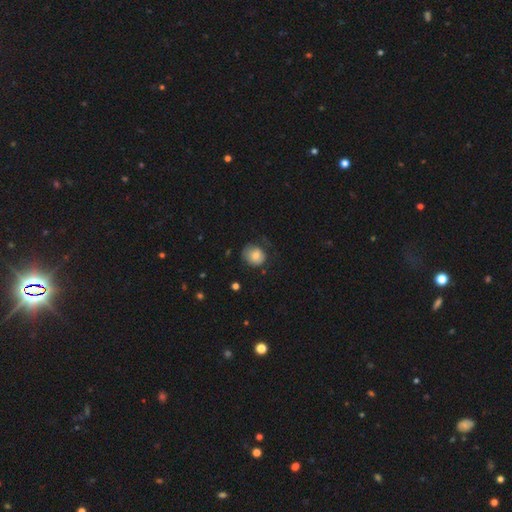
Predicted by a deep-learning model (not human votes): Overall: smooth (78%). How rounded: round (76%). Merging: none (55%; minor disturbance 28%).